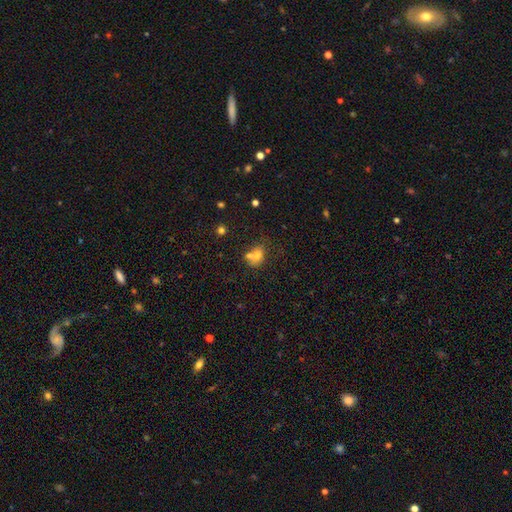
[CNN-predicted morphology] The model was most divided on "how rounded" (2-way tie): in between: 49%, round: 49%, cigar-shaped: 2%. Remaining: smooth or featured — smooth (69%); merging — merger (45%).